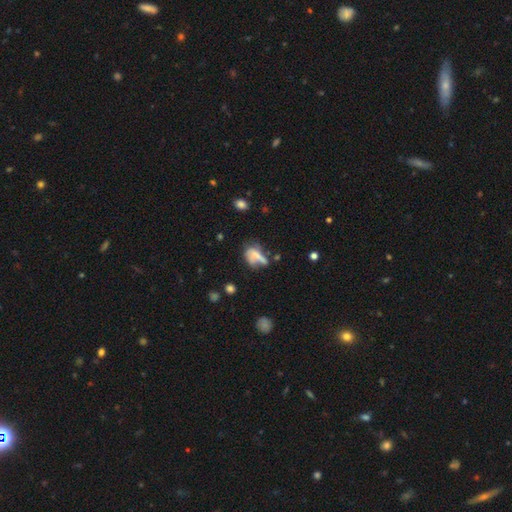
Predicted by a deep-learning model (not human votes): smooth_or_featured: smooth (p=0.55) [alt: featured or disk p=0.31]
how_rounded: in between (p=0.67) [alt: round p=0.17]
merging: major disturbance (p=0.30) [alt: none p=0.28]